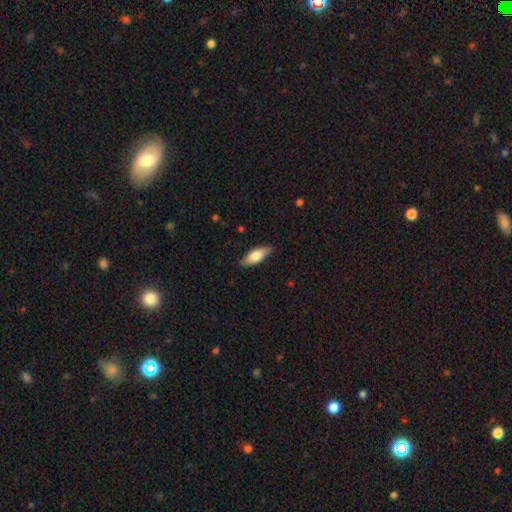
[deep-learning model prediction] Smooth or featured: smooth — 77% (featured or disk — 17%)
How rounded: in between — 74% (cigar-shaped — 23%)
Merging: none — 85% (minor disturbance — 12%)